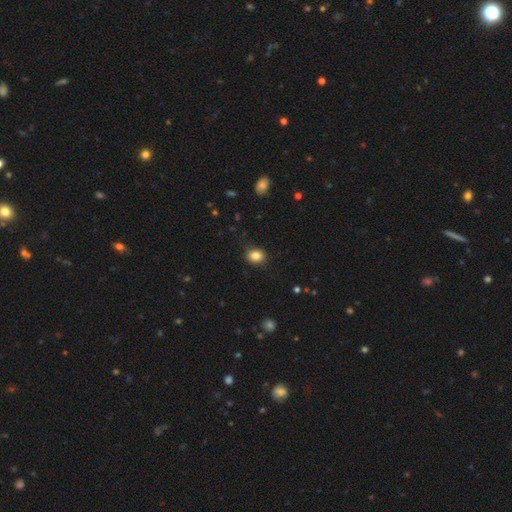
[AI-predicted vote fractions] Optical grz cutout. It shows a smooth galaxy with no disk features (84%) that is round (56%). Merging: none (87%).